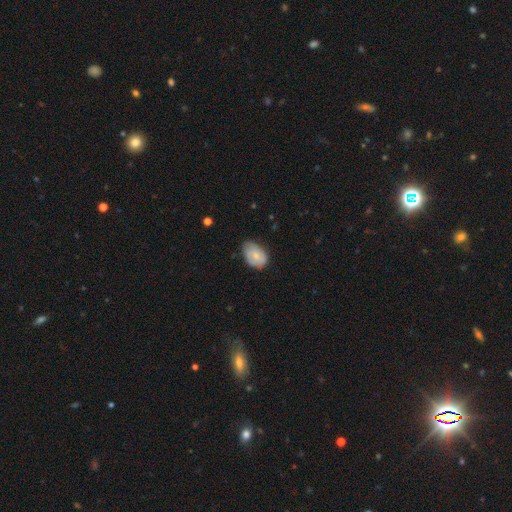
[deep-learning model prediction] Overall: smooth (72%). How rounded: in between (85%). Merging: none (59%; minor disturbance 34%).